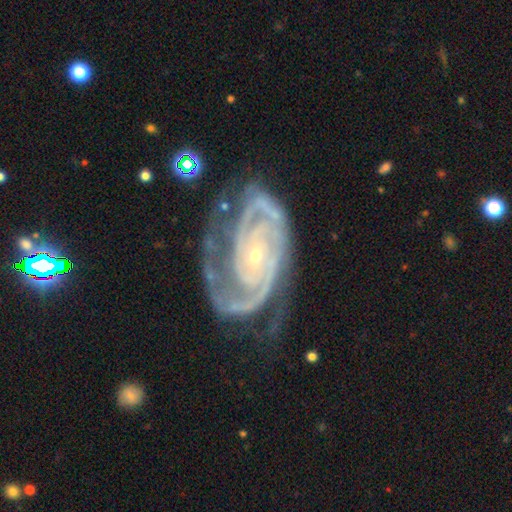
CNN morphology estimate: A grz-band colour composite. It shows a featured or disk galaxy (92%) with no bar (67%), 2 (61%) tight (71%) spiral arms (98%) and a small central bulge (81%). Merging: none (63%).